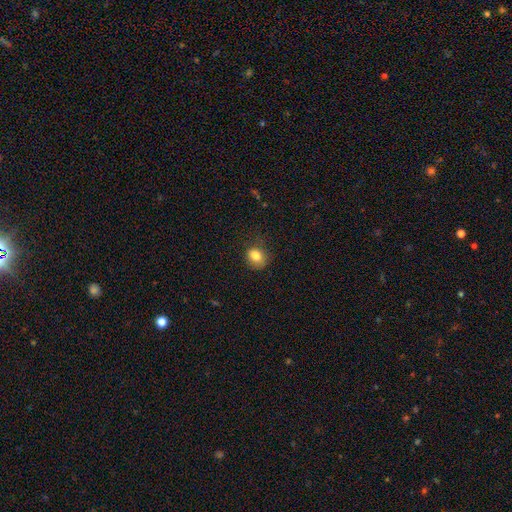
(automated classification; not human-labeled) Smooth or featured? smooth (82%)
How rounded? round (56%)
Merging? none (69%)